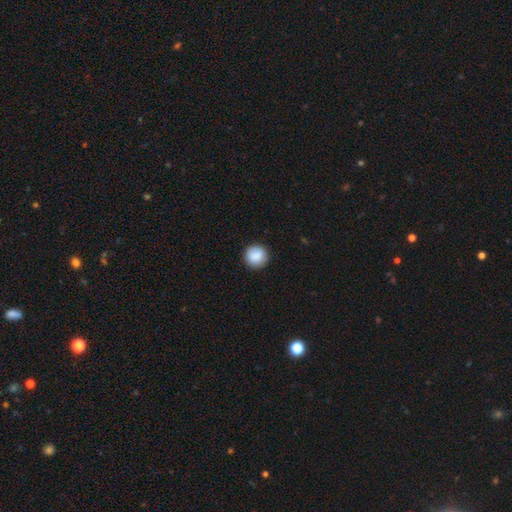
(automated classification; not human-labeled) Overall: smooth (88%). How rounded: round (93%). Merging: none (90%).